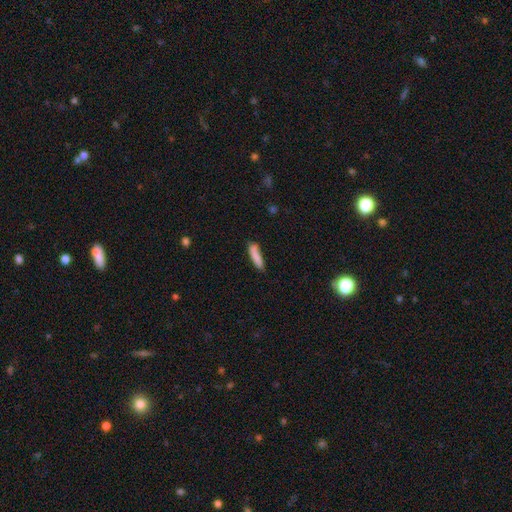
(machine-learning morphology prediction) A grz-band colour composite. It shows a smooth galaxy with no disk features (83%) that is cigar-shaped (80%). Merging: none (71%).